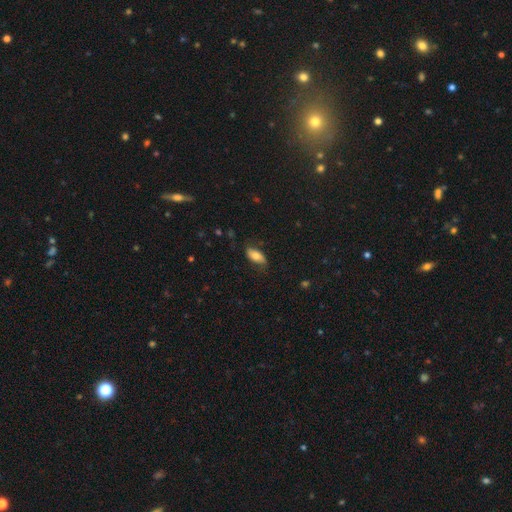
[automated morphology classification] smooth_or_featured: smooth (p=0.70) [alt: featured or disk p=0.23]
how_rounded: in between (p=0.86) [alt: cigar-shaped p=0.10]
merging: none (p=0.71) [alt: minor disturbance p=0.21]